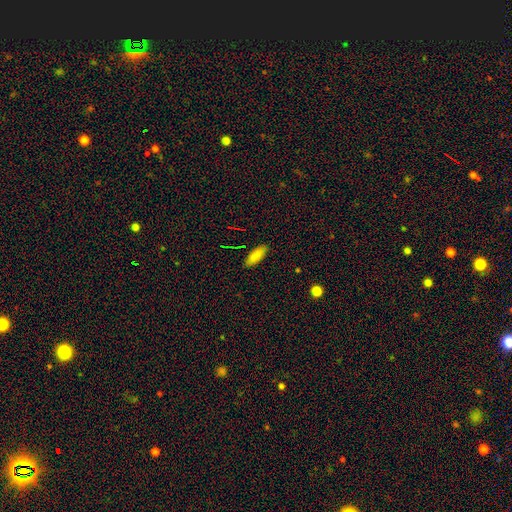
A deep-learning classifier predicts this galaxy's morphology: Smooth or featured? Predicted: smooth (p=0.86). How rounded? Predicted: in between (p=0.75). Merging? Predicted: none (p=0.88).